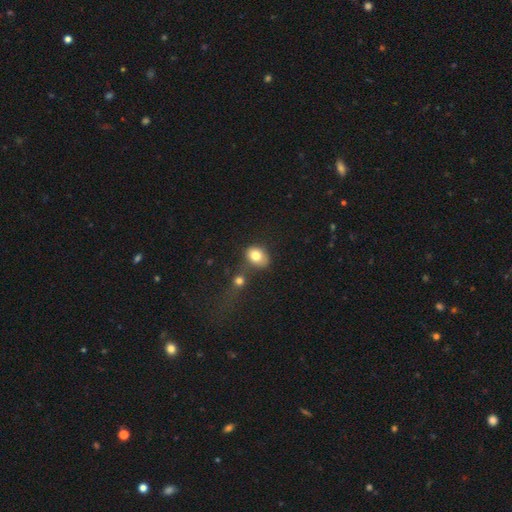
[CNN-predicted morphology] A smooth galaxy with no disk features (80%) that is in between round and cigar-shaped (63%). Merging: none (51%).